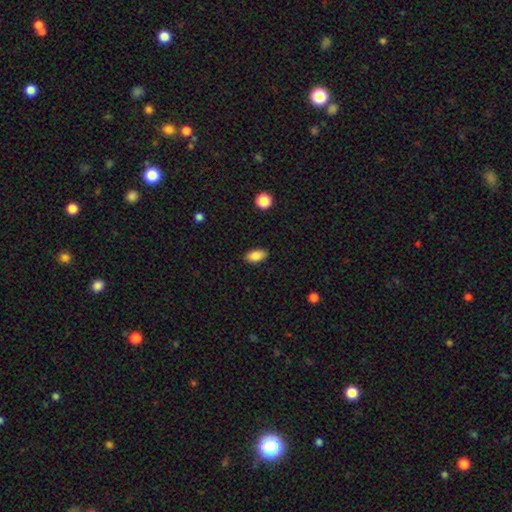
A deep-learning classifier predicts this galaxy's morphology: Smooth or featured: smooth — 86% (star or artifact — 8%)
How rounded: in between — 91% (round — 6%)
Merging: none — 86% (minor disturbance — 11%)